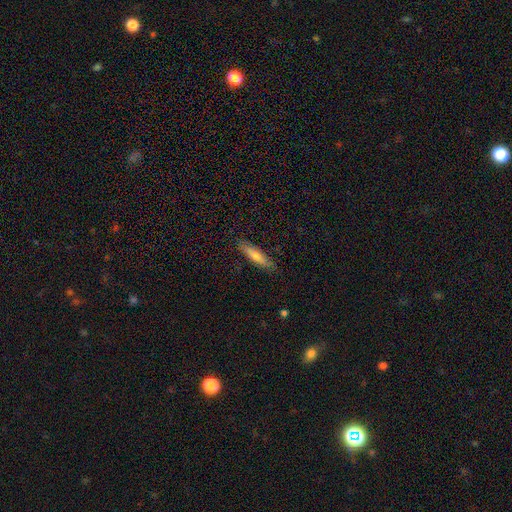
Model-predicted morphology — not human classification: This is likely a smooth galaxy (66%). How rounded: clearly cigar-shaped (83%). Merging: clearly none (86%).